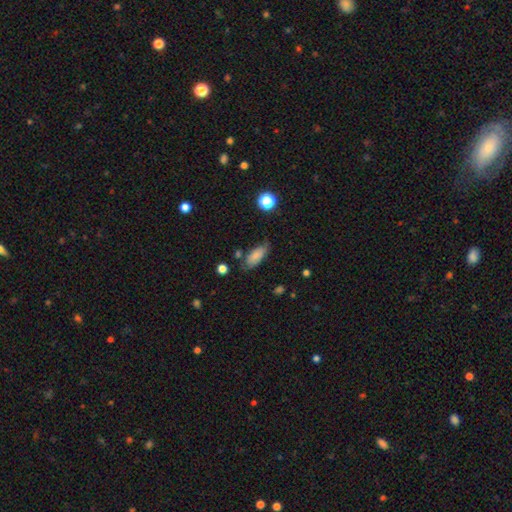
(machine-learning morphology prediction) A smooth galaxy with no disk features (79%) that is in between round and cigar-shaped (79%).

Vote fractions:
- Smooth or featured? smooth: 79% / featured or disk: 13% / star or artifact: 8%
- How rounded? in between: 79% / cigar-shaped: 18% / round: 3%
- Merging? none: 68% / minor disturbance: 22% / major disturbance: 5% / merger: 5%